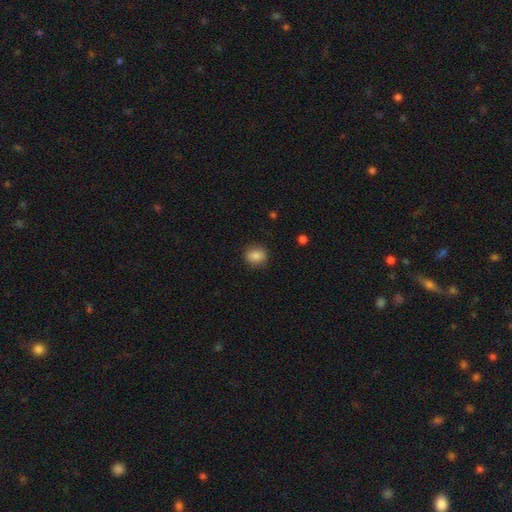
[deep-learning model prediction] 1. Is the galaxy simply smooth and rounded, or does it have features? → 84% smooth, 9% star or artifact, 7% featured or disk.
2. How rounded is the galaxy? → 67% round, 32% in between, 1% cigar-shaped.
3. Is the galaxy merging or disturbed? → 87% none, 10% minor disturbance, 3% major disturbance, 1% merger.